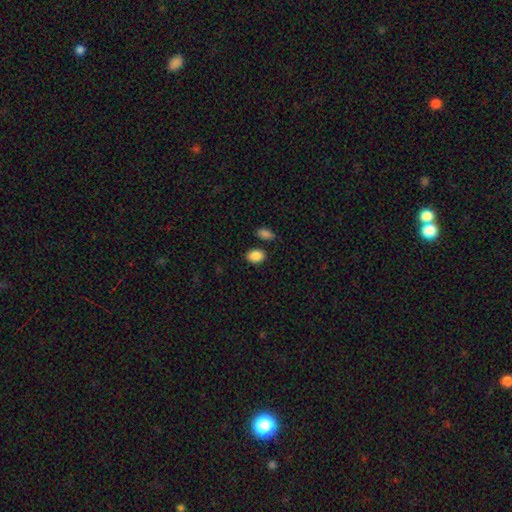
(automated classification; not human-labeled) A smooth galaxy with no disk features (88%) that is in between round and cigar-shaped (69%).

Vote fractions:
- Smooth or featured? smooth: 88% / star or artifact: 8% / featured or disk: 4%
- How rounded? in between: 69% / round: 30% / cigar-shaped: 1%
- Merging? none: 82% / minor disturbance: 10% / merger: 6% / major disturbance: 3%